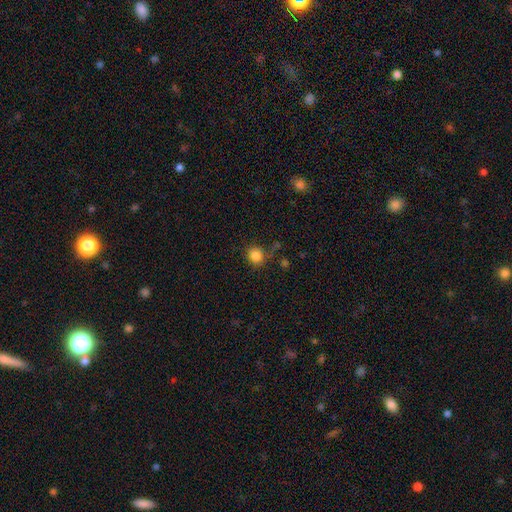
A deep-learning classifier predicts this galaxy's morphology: Smooth or featured? smooth (85%)
How rounded? round (90%)
Merging? none (75%)